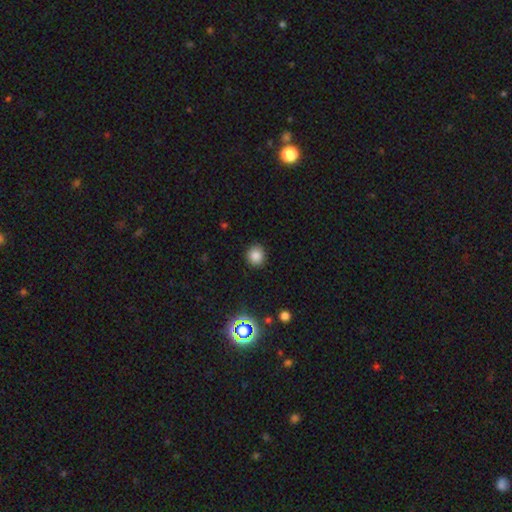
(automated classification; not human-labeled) This appears to be a smooth galaxy with no disk features (82%) that is round (86%). Merging: none (89%).